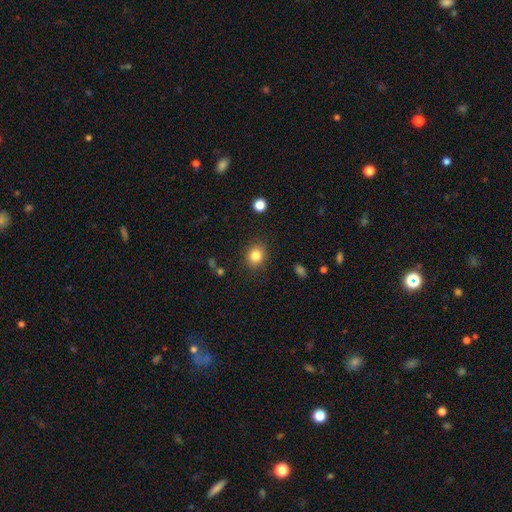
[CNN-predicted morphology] Q: Smooth or featured?
A: smooth (83%); runner-up: star or artifact (11%)
Q: How rounded?
A: round (71%); runner-up: in between (28%)
Q: Merging?
A: none (87%); runner-up: minor disturbance (9%)